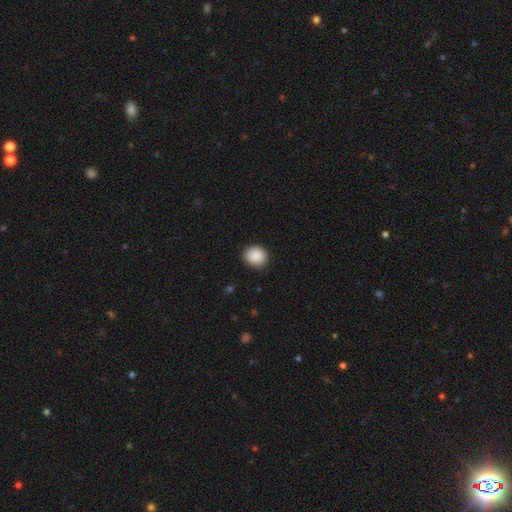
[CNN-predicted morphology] A smooth galaxy with no disk features (90%) that is round (73%).

Vote fractions:
- Smooth or featured? smooth: 90% / star or artifact: 7% / featured or disk: 3%
- How rounded? round: 73% / in between: 26% / cigar-shaped: 1%
- Merging? none: 85% / minor disturbance: 12% / major disturbance: 2% / merger: 1%